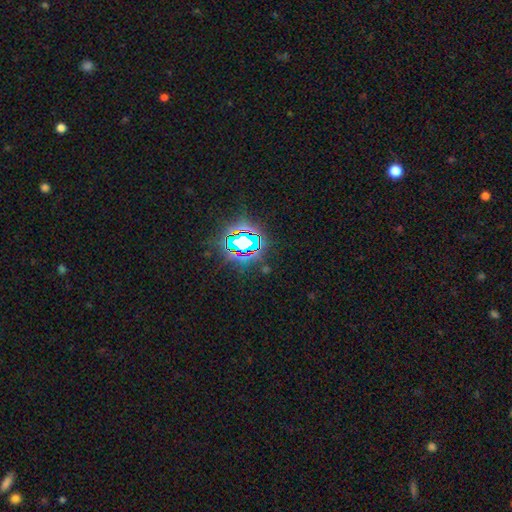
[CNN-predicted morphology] Overall: star or artifact (80%).